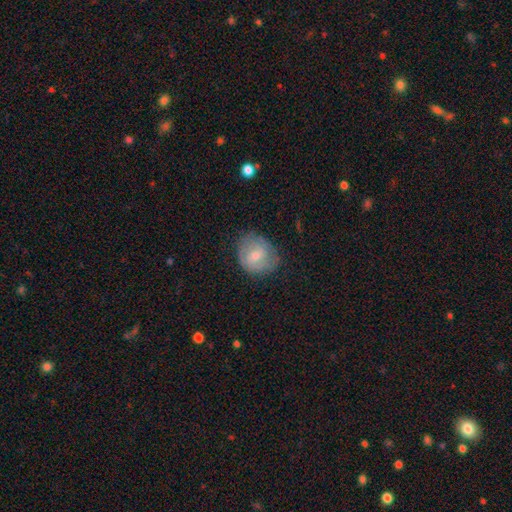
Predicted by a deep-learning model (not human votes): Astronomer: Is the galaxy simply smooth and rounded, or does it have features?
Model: smooth — 58% (runner-up: featured or disk, 35%).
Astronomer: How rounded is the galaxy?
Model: round — 67%.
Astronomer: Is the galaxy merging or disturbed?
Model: none — 67%.